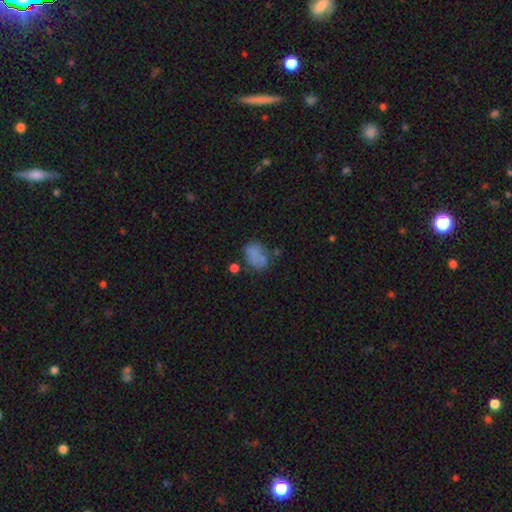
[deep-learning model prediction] smooth 70%, featured or disk 17%, star or artifact 12%. Down the decision tree: how rounded — in between (65%); merging — none (50%).